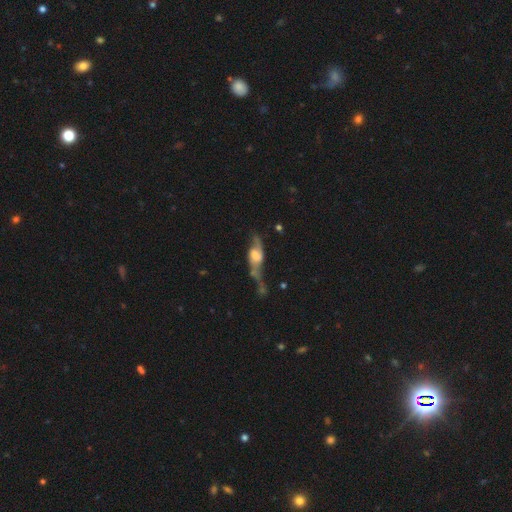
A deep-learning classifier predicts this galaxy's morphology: A featured or disk galaxy (72%) with no bar (47%), spiral arms (82%) and a large central bulge (32%). Merging: none (32%).